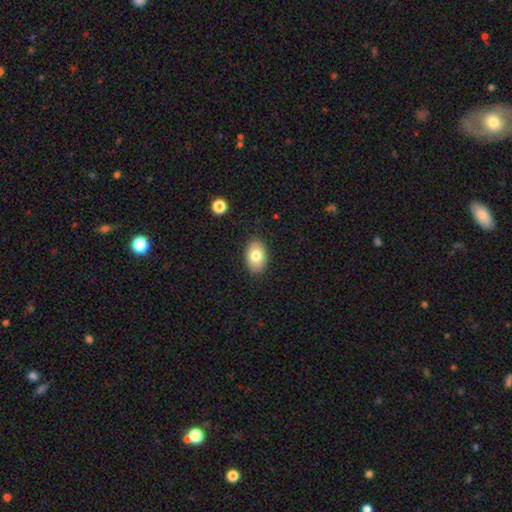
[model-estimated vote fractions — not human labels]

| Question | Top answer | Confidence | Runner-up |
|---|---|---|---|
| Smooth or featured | smooth | 79% | featured or disk (13%) |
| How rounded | in between | 86% | round (13%) |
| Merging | none | 88% | minor disturbance (9%) |